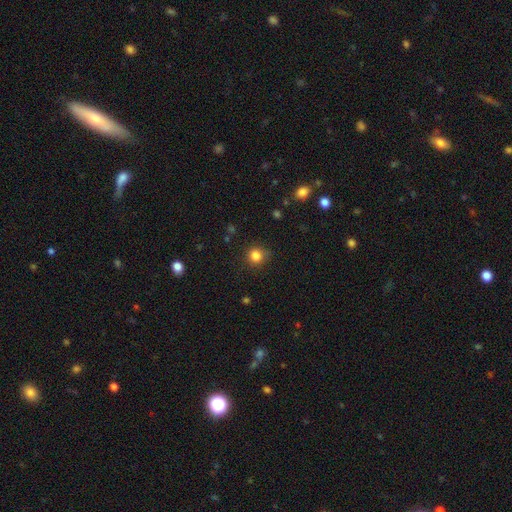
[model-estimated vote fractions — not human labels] A smooth galaxy with no disk features (83%) that is round (88%). Merging: none (83%).